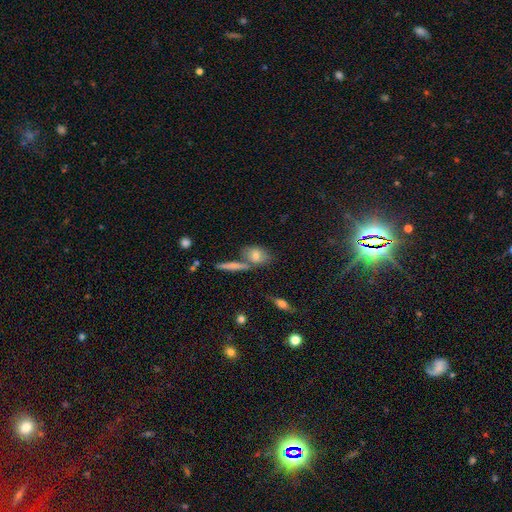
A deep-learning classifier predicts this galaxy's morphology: Overall: star or artifact (47%; smooth 30%).